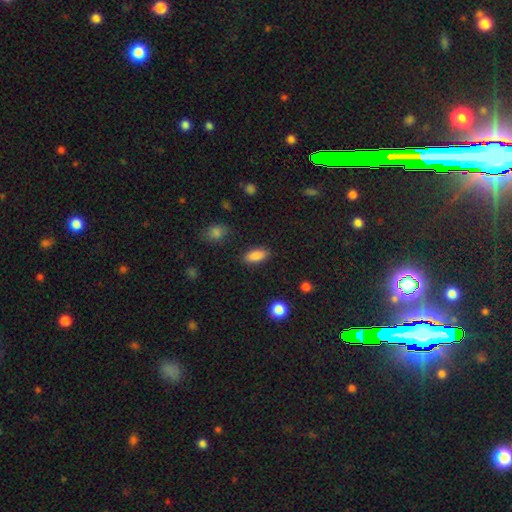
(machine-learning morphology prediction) Overall: smooth (87%). How rounded: in between (88%). Merging: none (86%).